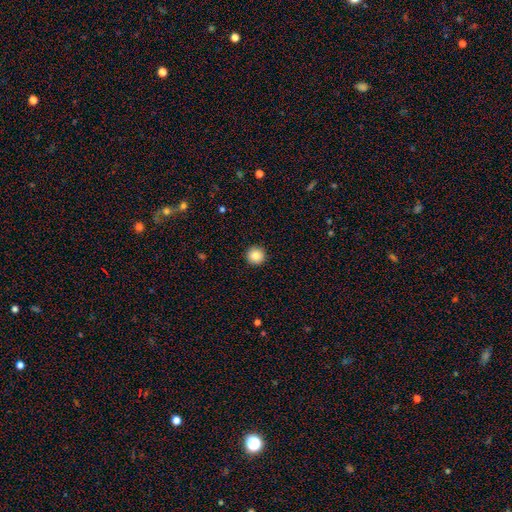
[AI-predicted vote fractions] This appears to be a smooth galaxy with no disk features (87%) that is round (96%). Merging: none (93%).